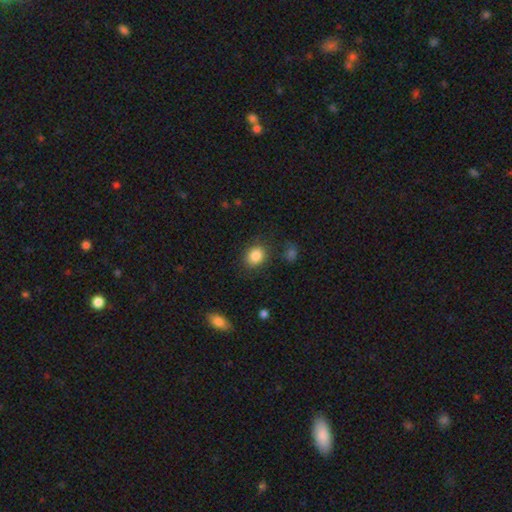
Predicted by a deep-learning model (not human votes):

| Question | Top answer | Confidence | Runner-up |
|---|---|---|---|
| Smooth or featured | smooth | 85% | star or artifact (9%) |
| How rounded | round | 64% | in between (35%) |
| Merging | none | 80% | minor disturbance (12%) |